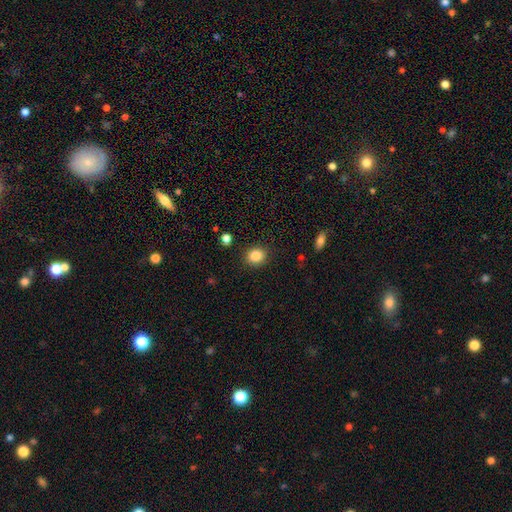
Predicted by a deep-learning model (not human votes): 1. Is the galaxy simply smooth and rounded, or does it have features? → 86% smooth, 10% star or artifact, 4% featured or disk.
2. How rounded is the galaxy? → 71% round, 28% in between, 1% cigar-shaped.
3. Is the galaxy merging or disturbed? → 88% none, 7% minor disturbance, 3% major disturbance, 2% merger.